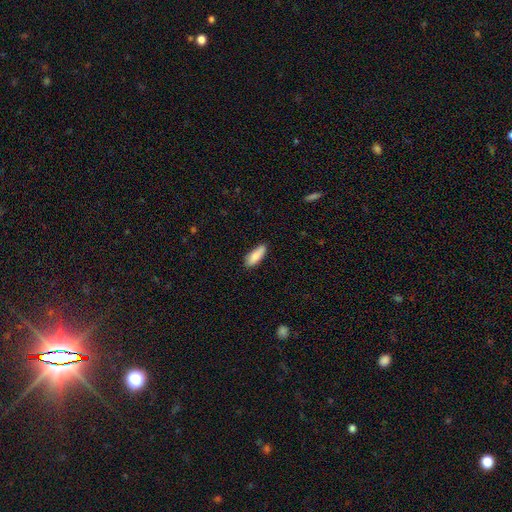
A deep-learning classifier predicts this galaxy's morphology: This appears to be a smooth galaxy with no disk features (87%) that is in between round and cigar-shaped (60%). Merging: none (84%).